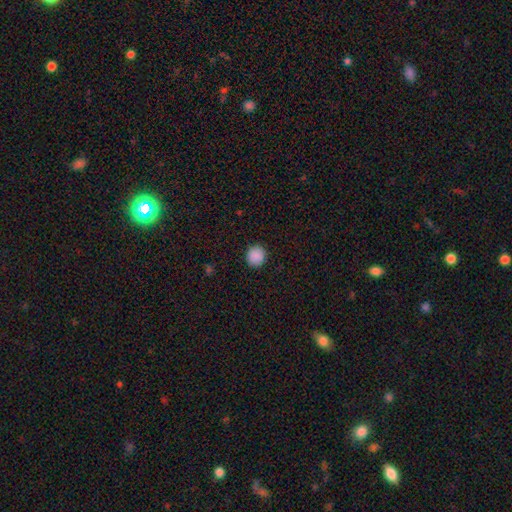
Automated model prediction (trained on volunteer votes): A smooth galaxy with no disk features (89%) that is round (89%).

Vote fractions:
- Smooth or featured? smooth: 89% / star or artifact: 9% / featured or disk: 3%
- How rounded? round: 89% / in between: 10% / cigar-shaped: 1%
- Merging? none: 91% / minor disturbance: 6% / major disturbance: 2% / merger: 1%